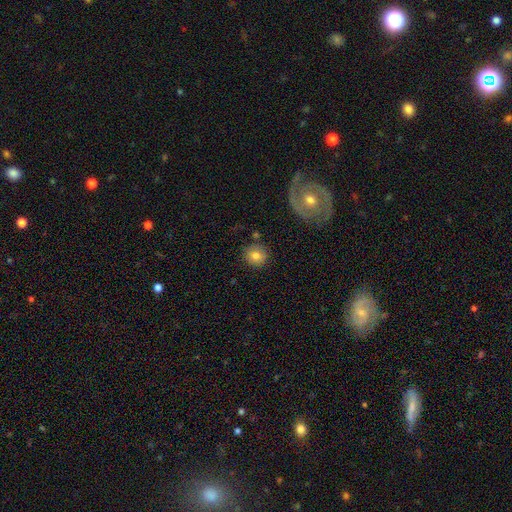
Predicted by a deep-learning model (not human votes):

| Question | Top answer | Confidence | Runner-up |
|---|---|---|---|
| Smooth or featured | smooth | 77% | featured or disk (14%) |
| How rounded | round | 91% | in between (8%) |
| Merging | none | 84% | minor disturbance (9%) |